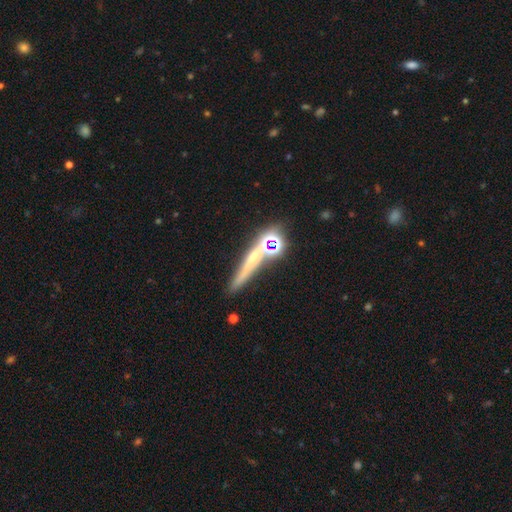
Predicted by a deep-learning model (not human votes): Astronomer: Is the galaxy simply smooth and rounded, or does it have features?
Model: featured or disk — 44% (runner-up: smooth, 31%).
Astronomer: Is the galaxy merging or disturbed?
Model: none — 68%.